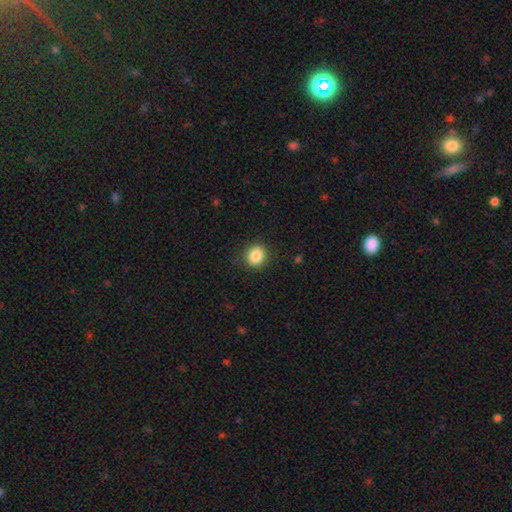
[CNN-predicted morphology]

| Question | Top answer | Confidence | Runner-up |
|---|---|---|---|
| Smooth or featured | smooth | 87% | star or artifact (9%) |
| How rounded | round | 82% | in between (17%) |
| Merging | none | 89% | minor disturbance (7%) |